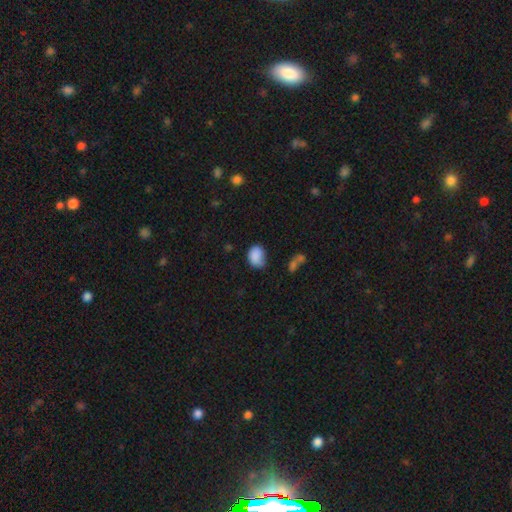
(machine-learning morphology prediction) Smooth or featured? Predicted: smooth (p=0.86). How rounded? Predicted: in between (p=0.67). Merging? Predicted: none (p=0.54).